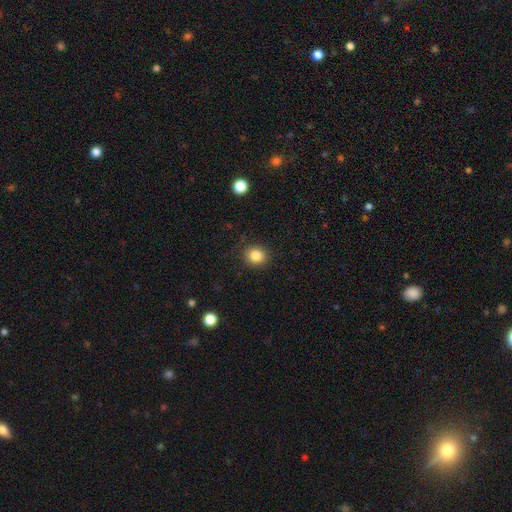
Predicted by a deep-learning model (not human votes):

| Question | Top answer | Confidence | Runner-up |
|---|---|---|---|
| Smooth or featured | smooth | 85% | star or artifact (11%) |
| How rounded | round | 81% | in between (18%) |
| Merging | none | 88% | minor disturbance (8%) |